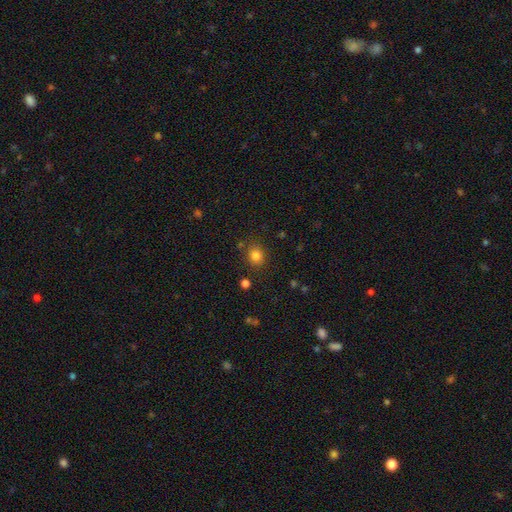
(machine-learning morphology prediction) smooth_or_featured: smooth (p=0.83) [alt: star or artifact p=0.13]
how_rounded: round (p=0.74) [alt: in between p=0.26]
merging: none (p=0.82) [alt: minor disturbance p=0.10]